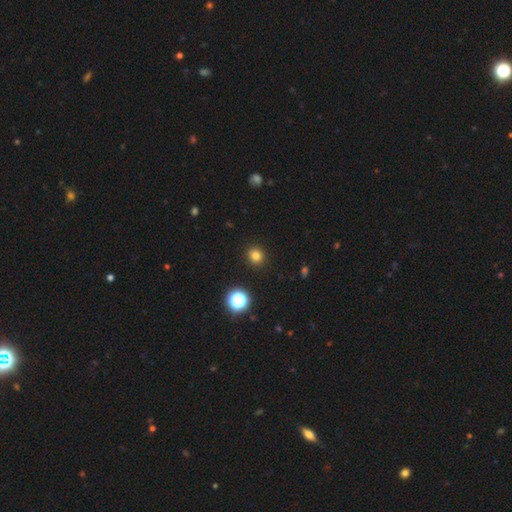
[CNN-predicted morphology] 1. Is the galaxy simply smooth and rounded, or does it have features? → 80% smooth, 15% star or artifact, 5% featured or disk.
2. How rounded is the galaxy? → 86% round, 14% in between, 1% cigar-shaped.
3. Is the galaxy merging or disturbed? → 91% none, 5% minor disturbance, 2% major disturbance, 1% merger.